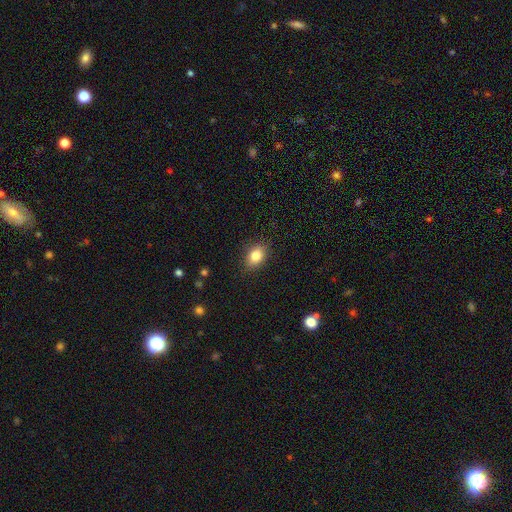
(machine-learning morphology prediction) smooth-or-featured: smooth: 83% | star or artifact: 9% | featured or disk: 8%
  how-rounded: in between: 75% | round: 24% | cigar-shaped: 2%
  merging: none: 86% | minor disturbance: 10% | major disturbance: 2% | merger: 1%